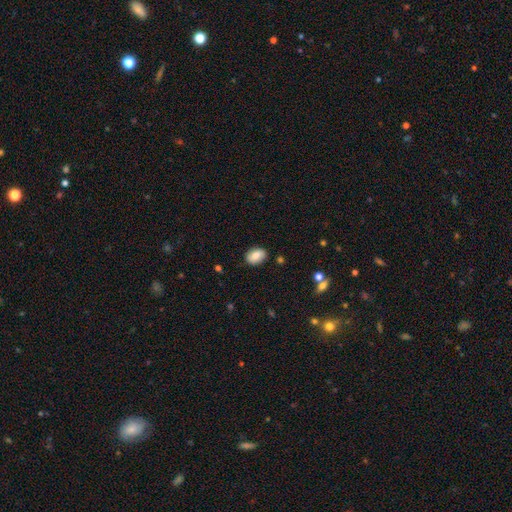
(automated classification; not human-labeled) Smooth or featured? smooth (79%)
How rounded? in between (83%)
Merging? none (86%)